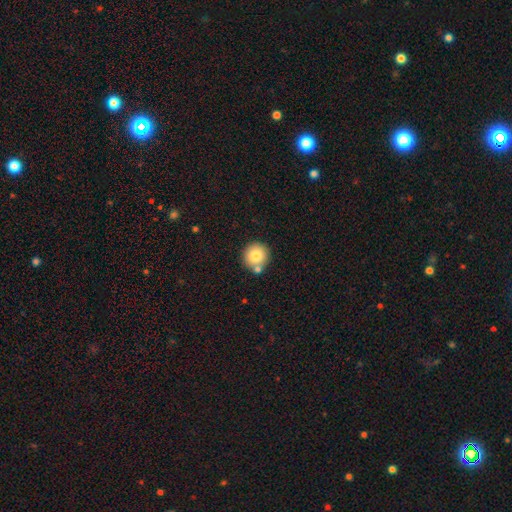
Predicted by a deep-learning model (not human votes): The model was most divided on "merging": none: 74%, merger: 15%, minor disturbance: 9%, major disturbance: 3%. More confident: how rounded — round (93%); smooth or featured — smooth (80%).